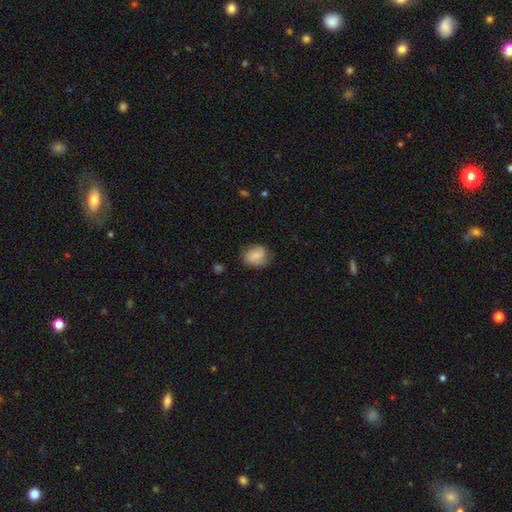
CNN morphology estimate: Smooth or featured: smooth — 62% (featured or disk — 30%)
How rounded: round — 59% (in between — 40%)
Merging: none — 73% (minor disturbance — 20%)